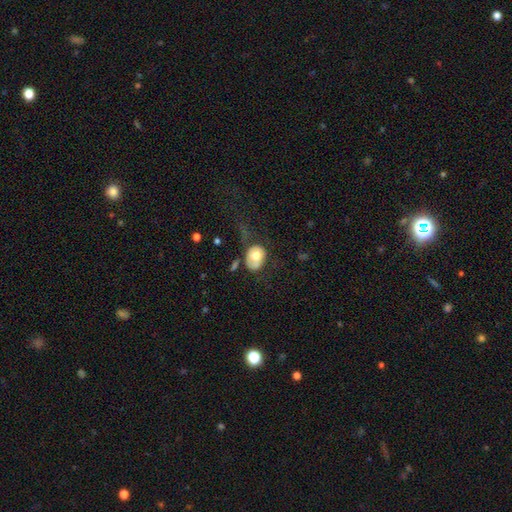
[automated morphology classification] Smooth or featured?
  - smooth: 68% *
  - featured or disk: 24%
  - star or artifact: 7%
How rounded?
  - in between: 59% *
  - round: 40%
  - cigar-shaped: 1%
Merging?
  - none: 34% *
  - major disturbance: 30%
  - minor disturbance: 29%
  - merger: 7%